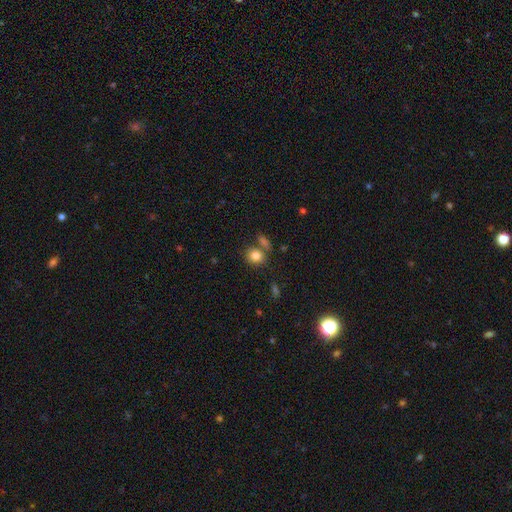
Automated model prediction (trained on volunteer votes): smooth 82%, star or artifact 10%, featured or disk 8%. Down the decision tree: how rounded — round (75%); merging — none (64%).